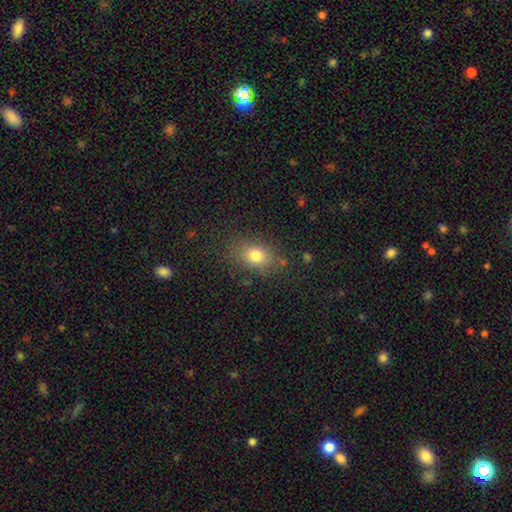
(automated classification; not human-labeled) smooth 79%, star or artifact 12%, featured or disk 10%. Down the decision tree: how rounded — in between (71%); merging — none (80%).